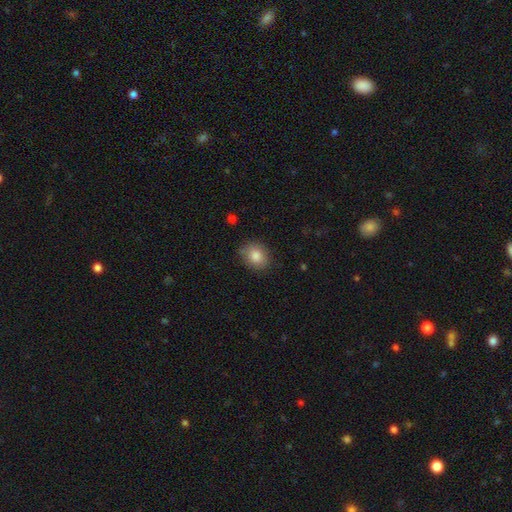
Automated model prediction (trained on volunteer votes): Smooth or featured?
  - smooth: 84% *
  - star or artifact: 9%
  - featured or disk: 8%
How rounded?
  - round: 52% *
  - in between: 47%
  - cigar-shaped: 1%
Merging?
  - none: 82% *
  - minor disturbance: 14%
  - major disturbance: 3%
  - merger: 1%